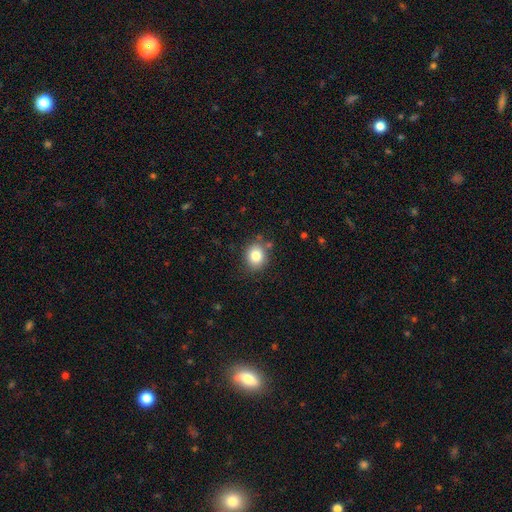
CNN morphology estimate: A smooth galaxy with no disk features (82%) that is round (70%).

Vote fractions:
- Smooth or featured? smooth: 82% / star or artifact: 11% / featured or disk: 8%
- How rounded? round: 70% / in between: 29% / cigar-shaped: 1%
- Merging? none: 82% / minor disturbance: 12% / major disturbance: 3% / merger: 3%